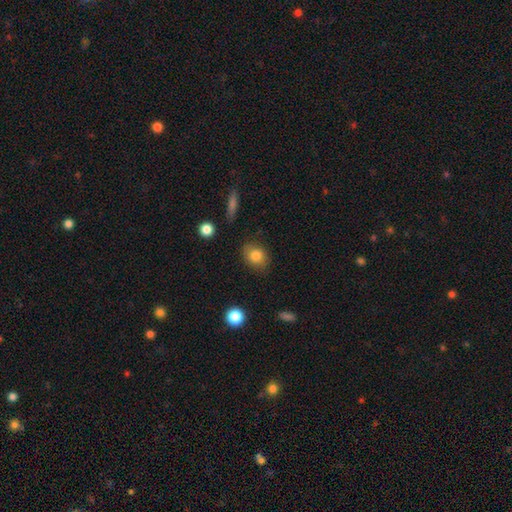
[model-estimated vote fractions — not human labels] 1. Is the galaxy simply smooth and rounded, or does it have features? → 82% smooth, 9% star or artifact, 9% featured or disk.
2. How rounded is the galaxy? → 52% in between, 46% round, 1% cigar-shaped.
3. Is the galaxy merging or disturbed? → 81% none, 14% minor disturbance, 3% major disturbance, 2% merger.